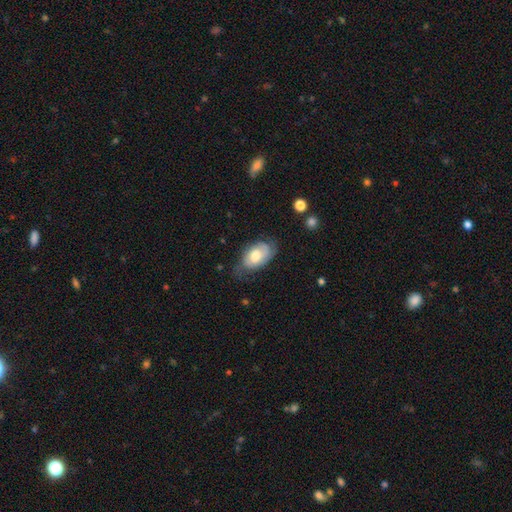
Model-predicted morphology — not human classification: smooth_or_featured: smooth (p=0.51) [alt: featured or disk p=0.42]
how_rounded: in between (p=0.91) [alt: round p=0.06]
merging: none (p=0.52) [alt: minor disturbance p=0.33]